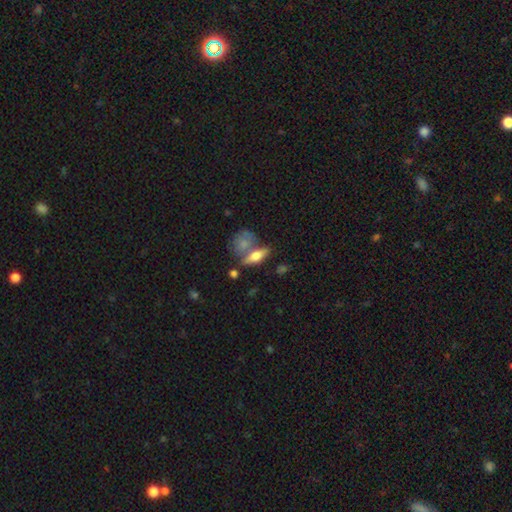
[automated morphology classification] A smooth galaxy with no disk features (54%) that is in between round and cigar-shaped (52%).

Vote fractions:
- Smooth or featured? smooth: 54% / featured or disk: 38% / star or artifact: 9%
- How rounded? in between: 52% / cigar-shaped: 37% / round: 11%
- Merging? none: 55% / merger: 25% / minor disturbance: 14% / major disturbance: 6%